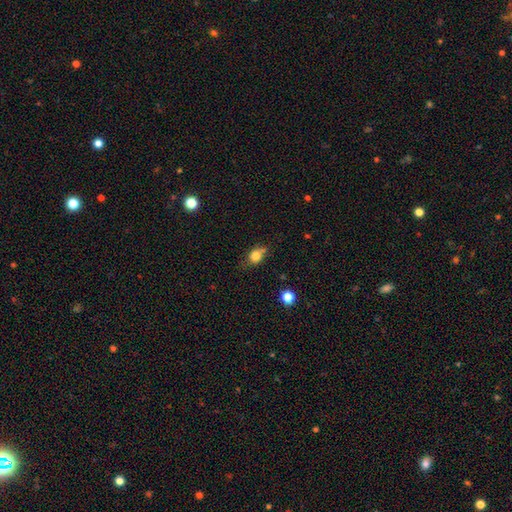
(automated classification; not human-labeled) This is likely a smooth galaxy (80%). How rounded: possibly round (57%). Merging: possibly none (57%).